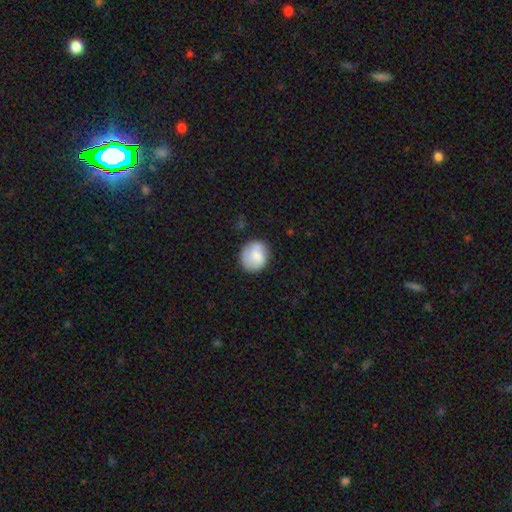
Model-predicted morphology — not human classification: A smooth galaxy with no disk features (62%) that is round (79%). Merging: none (74%).